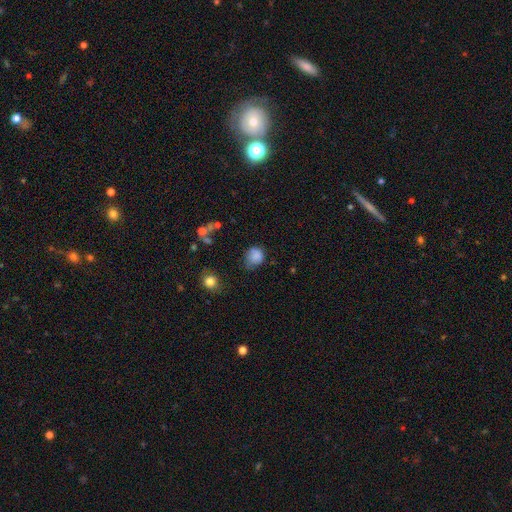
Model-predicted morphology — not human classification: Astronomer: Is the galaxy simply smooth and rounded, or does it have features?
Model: smooth — 80%.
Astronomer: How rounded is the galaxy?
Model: round — 67%.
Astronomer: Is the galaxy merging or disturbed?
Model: none — 48% (runner-up: minor disturbance, 35%).